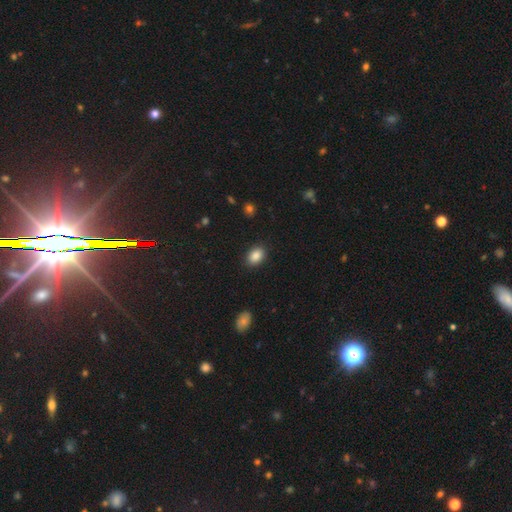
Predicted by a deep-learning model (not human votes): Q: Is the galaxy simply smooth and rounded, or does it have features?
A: smooth — 87%.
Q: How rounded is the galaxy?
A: in between — 79%.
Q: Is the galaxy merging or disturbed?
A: none — 88%.